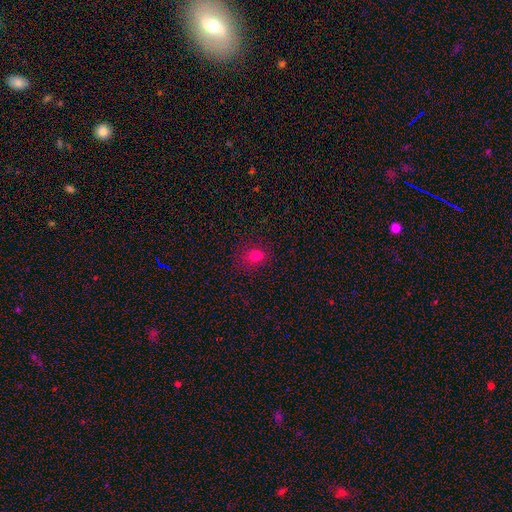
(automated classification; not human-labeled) Q: Smooth or featured?
A: smooth (78%); runner-up: star or artifact (16%)
Q: How rounded?
A: round (51%); runner-up: in between (48%)
Q: Merging?
A: none (79%); runner-up: minor disturbance (15%)